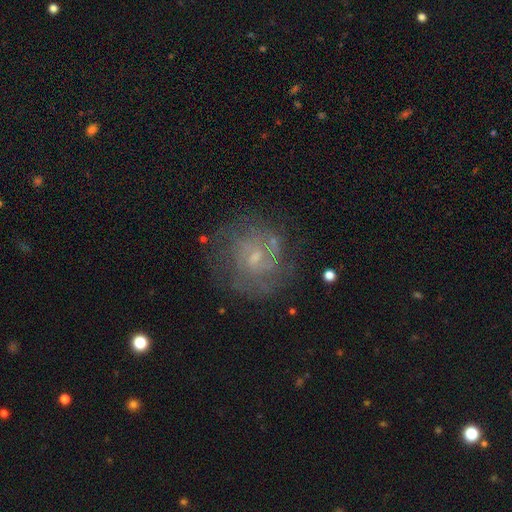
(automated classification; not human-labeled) Morphology: type=featured or disk (73%); edge-on=no (98%); bar=no (66%); spiral arms=yes (90%); winding=tight (57%); arm count=can't tell (35%); bulge=small (70%); merging=none (77%).